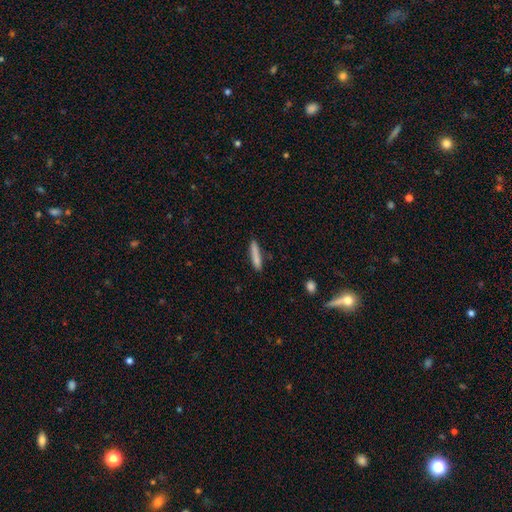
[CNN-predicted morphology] This appears to be a smooth galaxy with no disk features (81%) that is cigar-shaped (91%). Merging: none (85%).